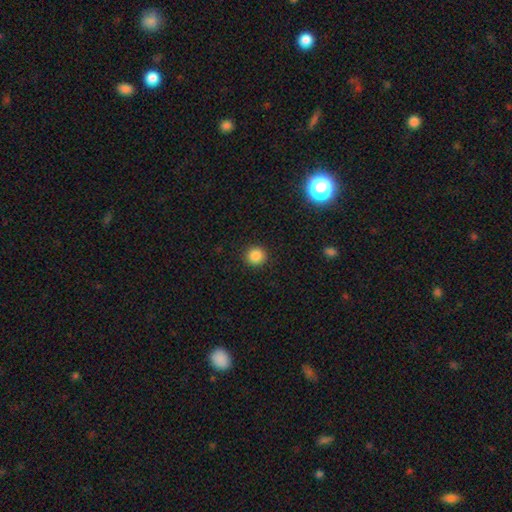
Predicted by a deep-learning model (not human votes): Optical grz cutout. It shows a smooth galaxy with no disk features (86%) that is round (94%). Merging: none (92%).